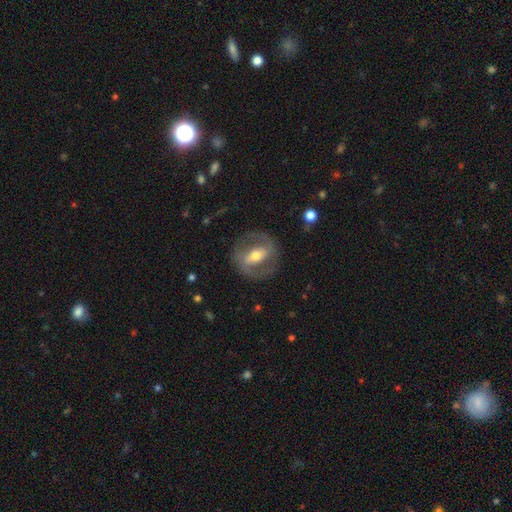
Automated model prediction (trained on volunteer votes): smooth_or_featured: featured or disk (p=0.73) [alt: smooth p=0.21]
disk_edge_on: no (p=0.92) [alt: yes p=0.08]
bar: strong (p=0.54) [alt: weak p=0.29]
has_spiral_arms: yes (p=0.63) [alt: no p=0.37]
bulge_size: moderate (p=0.66) [alt: small p=0.22]
merging: none (p=0.80) [alt: minor disturbance p=0.11]